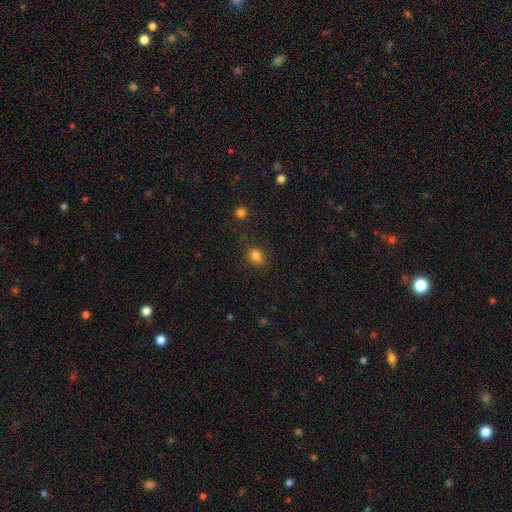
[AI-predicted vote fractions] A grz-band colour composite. It shows a smooth galaxy with no disk features (81%) that is round (66%). Merging: none (79%).